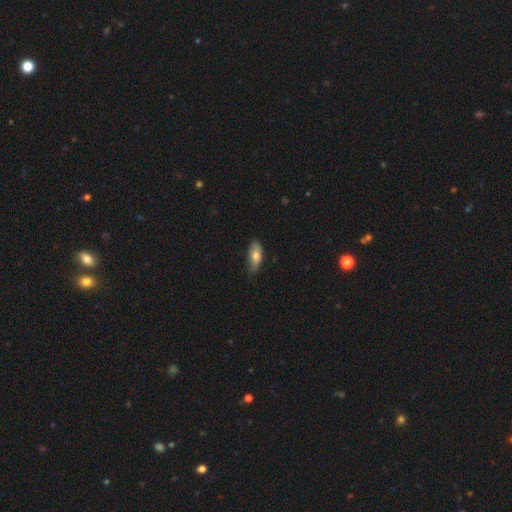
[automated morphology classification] Smooth or featured?
  - smooth: 71% *
  - featured or disk: 23%
  - star or artifact: 6%
How rounded?
  - in between: 83% *
  - cigar-shaped: 14%
  - round: 3%
Merging?
  - none: 68% *
  - minor disturbance: 27%
  - major disturbance: 4%
  - merger: 1%